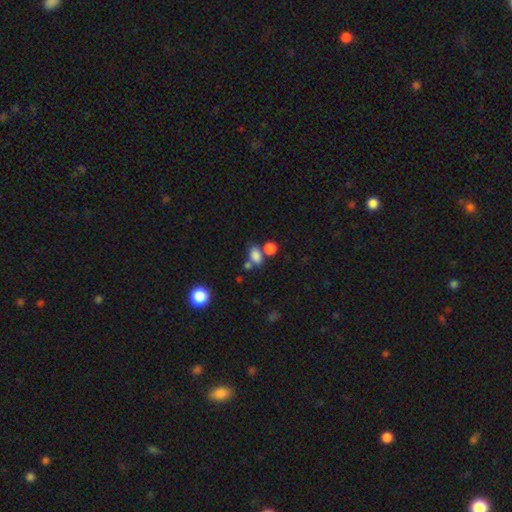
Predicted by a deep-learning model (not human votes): Overall: smooth (81%). How rounded: in between (75%). Merging: none (51%; merger 30%).